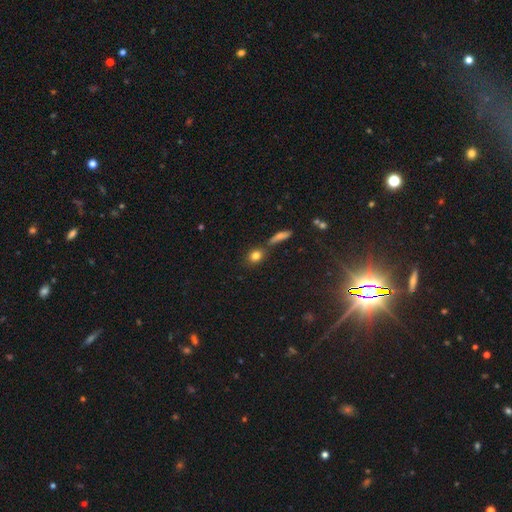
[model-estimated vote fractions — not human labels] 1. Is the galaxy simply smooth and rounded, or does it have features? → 80% smooth, 11% star or artifact, 9% featured or disk.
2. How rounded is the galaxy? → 55% round, 40% in between, 5% cigar-shaped.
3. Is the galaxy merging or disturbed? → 70% none, 16% merger, 11% minor disturbance, 4% major disturbance.